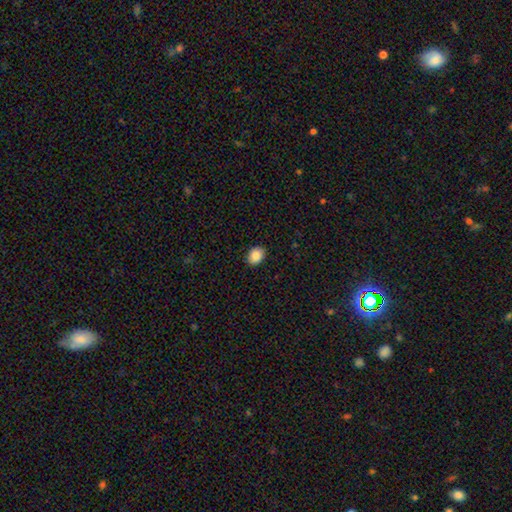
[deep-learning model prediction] A smooth galaxy with no disk features (89%) that is in between round and cigar-shaped (66%).

Vote fractions:
- Smooth or featured? smooth: 89% / star or artifact: 8% / featured or disk: 3%
- How rounded? in between: 66% / round: 33% / cigar-shaped: 1%
- Merging? none: 89% / minor disturbance: 8% / major disturbance: 2% / merger: 1%